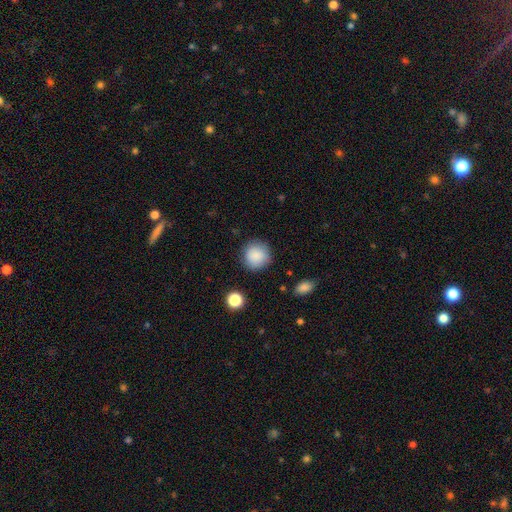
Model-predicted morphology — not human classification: A smooth galaxy with no disk features (88%) that is round (93%). Merging: none (87%).